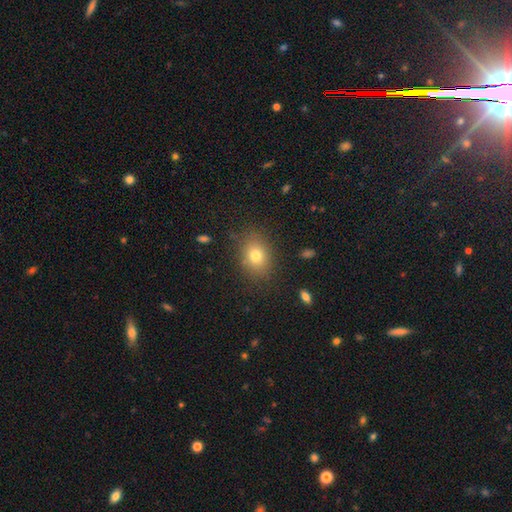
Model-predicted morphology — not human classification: This is likely a smooth galaxy (77%). How rounded: likely in between (63%). Merging: clearly none (84%).